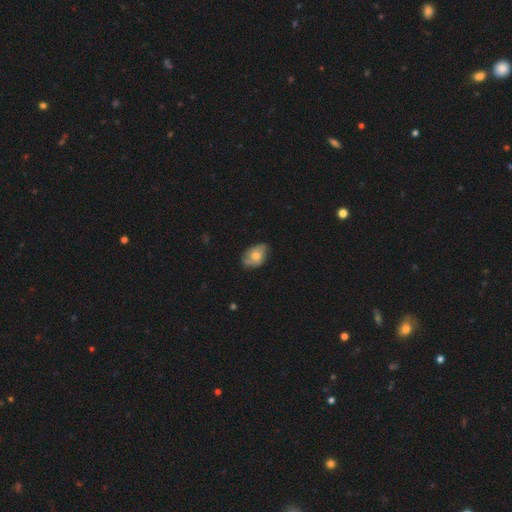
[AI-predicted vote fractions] smooth 55%, featured or disk 38%, star or artifact 8%. Down the decision tree: how rounded — in between (81%); merging — none (57%).